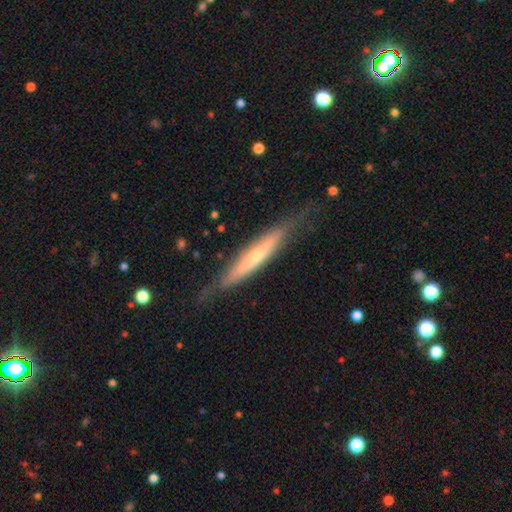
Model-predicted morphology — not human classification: This appears to be a featured or disk galaxy (63%) viewed edge-on (84%) with a rounded central bulge (64%). Merging: none (74%).